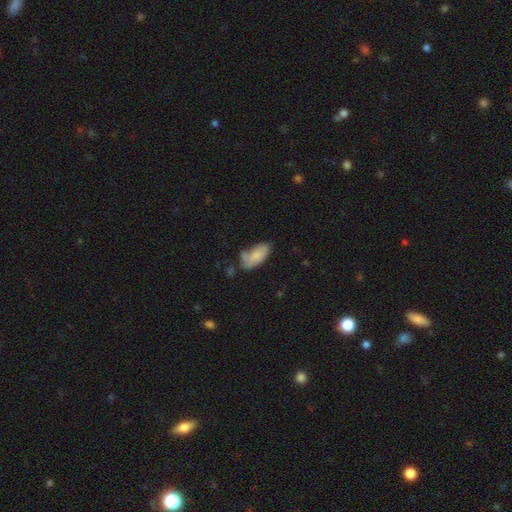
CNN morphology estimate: smooth-or-featured: smooth: 80% | featured or disk: 13% | star or artifact: 7%
  how-rounded: in between: 90% | cigar-shaped: 8% | round: 2%
  merging: none: 51% | minor disturbance: 31% | major disturbance: 9% | merger: 9%